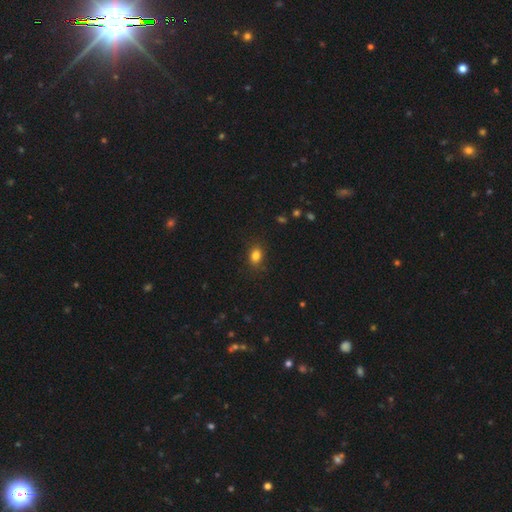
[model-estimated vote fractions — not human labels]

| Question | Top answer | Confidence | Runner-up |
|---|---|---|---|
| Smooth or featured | smooth | 83% | star or artifact (11%) |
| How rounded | in between | 67% | round (32%) |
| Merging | none | 85% | minor disturbance (11%) |